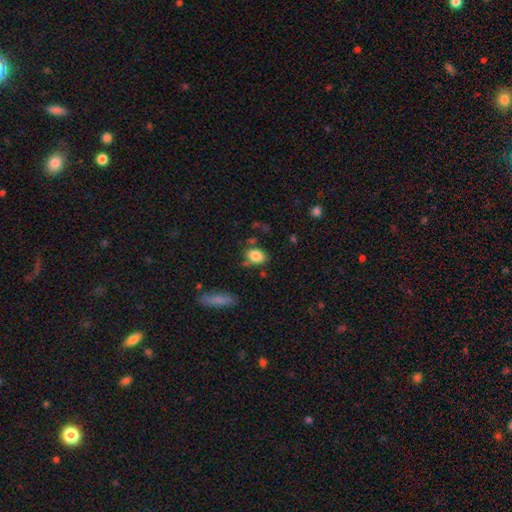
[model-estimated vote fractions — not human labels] smooth_or_featured: smooth (p=0.84) [alt: star or artifact p=0.09]
how_rounded: in between (p=0.74) [alt: round p=0.24]
merging: none (p=0.62) [alt: minor disturbance p=0.24]